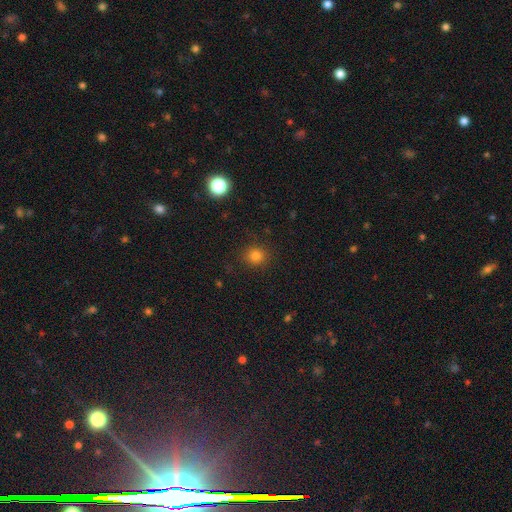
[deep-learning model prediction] Smooth or featured?
  - smooth: 81% *
  - star or artifact: 14%
  - featured or disk: 5%
How rounded?
  - round: 85% *
  - in between: 14%
  - cigar-shaped: 1%
Merging?
  - none: 88% *
  - minor disturbance: 8%
  - major disturbance: 3%
  - merger: 1%